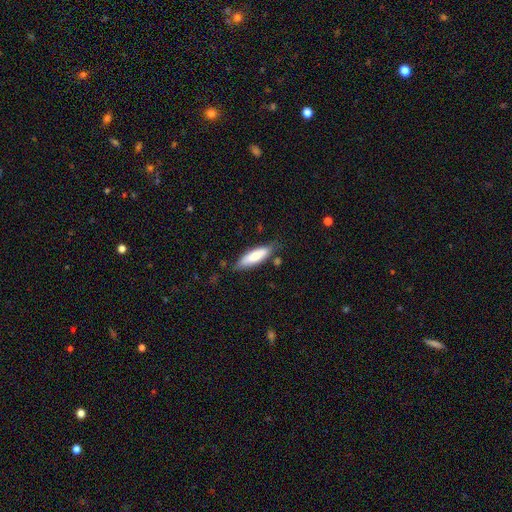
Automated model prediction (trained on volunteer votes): Smooth or featured: smooth — 72% (featured or disk — 22%)
How rounded: in between — 50% (cigar-shaped — 49%)
Merging: none — 74% (minor disturbance — 19%)